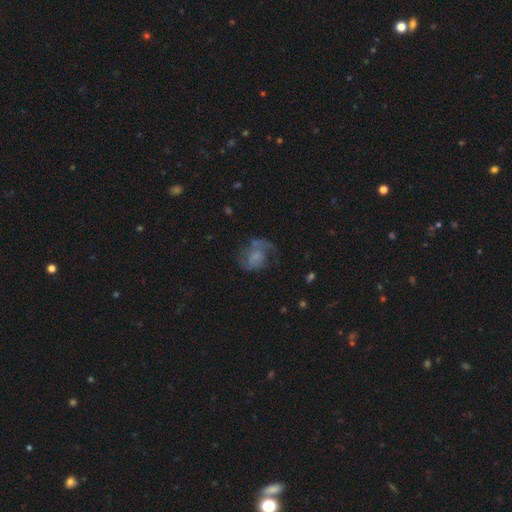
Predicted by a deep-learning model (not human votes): A featured or disk galaxy (55%) with no bar (64%), spiral arms (73%) and no central bulge (43%). Merging: none (40%).